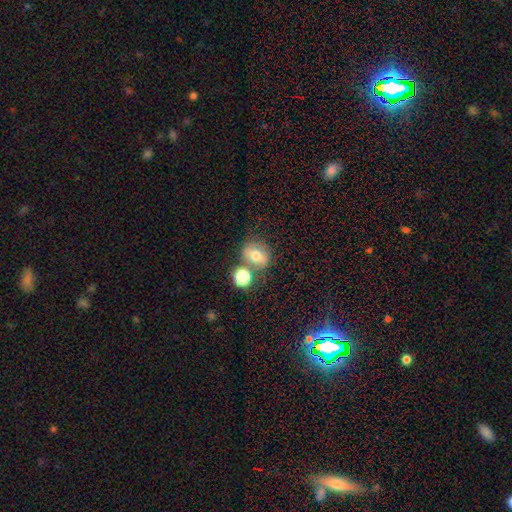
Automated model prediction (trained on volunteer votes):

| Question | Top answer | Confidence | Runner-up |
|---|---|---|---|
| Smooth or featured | smooth | 65% | featured or disk (22%) |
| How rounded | round | 63% | in between (35%) |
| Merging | none | 55% | merger (27%) |